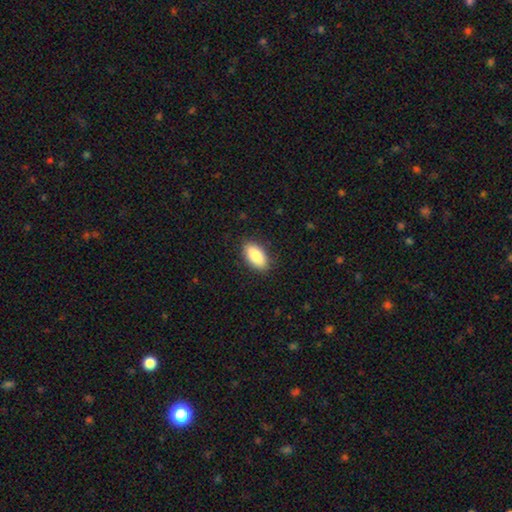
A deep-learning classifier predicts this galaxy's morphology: type=smooth (88%); roundness=in between (93%); merging=none (87%).